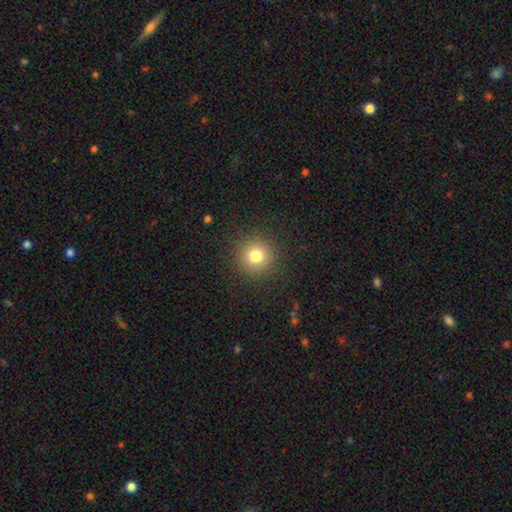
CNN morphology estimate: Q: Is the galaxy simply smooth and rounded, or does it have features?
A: smooth — 78%.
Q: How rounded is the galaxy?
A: round — 95%.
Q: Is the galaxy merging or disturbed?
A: none — 90%.